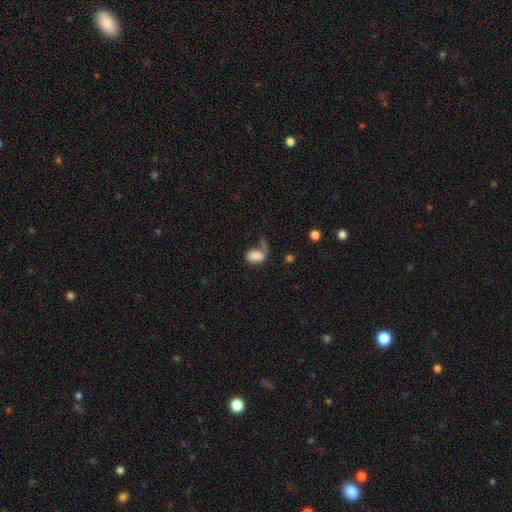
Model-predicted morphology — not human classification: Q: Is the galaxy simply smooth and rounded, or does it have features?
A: smooth — 81%.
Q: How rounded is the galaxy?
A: in between — 85%.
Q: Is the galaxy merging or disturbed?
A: none — 38%.